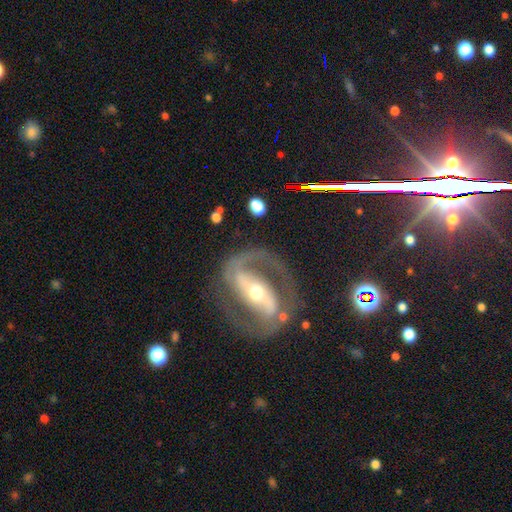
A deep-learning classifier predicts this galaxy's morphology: Smooth or featured?
  - featured or disk: 84% *
  - star or artifact: 12%
  - smooth: 5%
Edge-on disk?
  - no: 93% *
  - yes: 7%
Bar?
  - strong: 68% *
  - weak: 21%
  - no: 11%
Spiral arms?
  - yes: 93% *
  - no: 7%
Spiral winding?
  - medium: 47% *
  - tight: 38%
  - loose: 15%
Spiral arm count?
  - 2: 85% *
  - can't tell: 6%
  - 1: 3%
  - 3: 3%
  - 4: 2%
  - more than 4: 1%
Bulge size?
  - moderate: 50% *
  - small: 45%
  - large: 3%
  - dominant: 1%
  - none: 1%
Merging?
  - none: 73% *
  - minor disturbance: 14%
  - major disturbance: 11%
  - merger: 2%